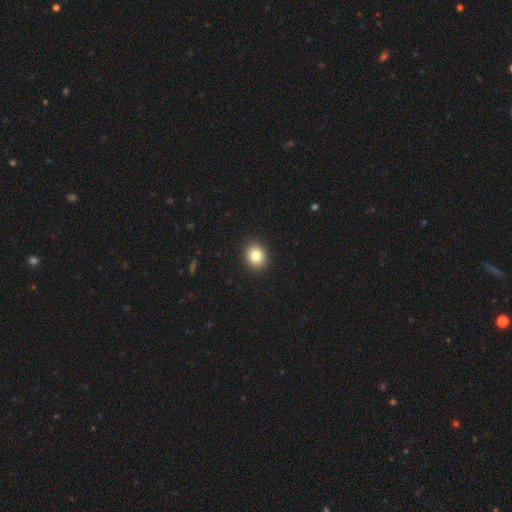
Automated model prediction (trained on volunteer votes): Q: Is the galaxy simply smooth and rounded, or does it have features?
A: smooth — 82%.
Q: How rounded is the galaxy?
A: round — 70%.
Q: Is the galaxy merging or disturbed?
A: none — 92%.